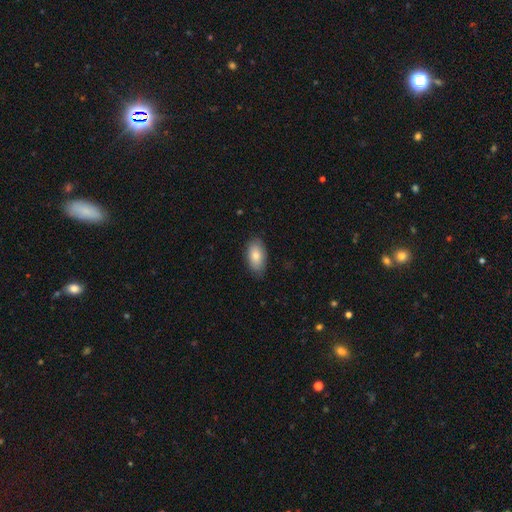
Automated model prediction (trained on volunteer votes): Smooth or featured: smooth — 82% (featured or disk — 12%)
How rounded: in between — 93% (round — 4%)
Merging: none — 81% (minor disturbance — 15%)